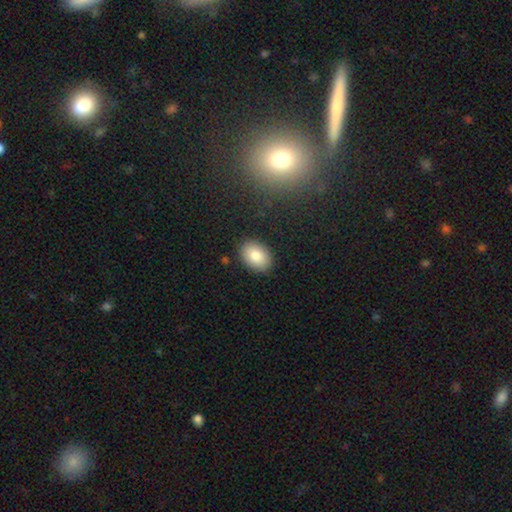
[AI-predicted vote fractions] A smooth galaxy with no disk features (85%) that is in between round and cigar-shaped (76%). Merging: none (88%).